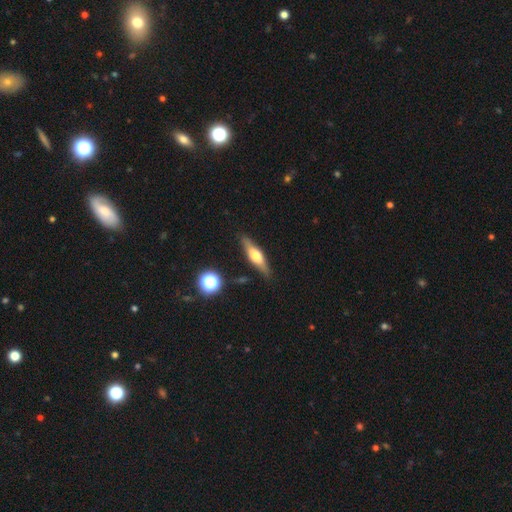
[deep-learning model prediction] This is possibly a featured or disk galaxy (54%). It is clearly viewed edge-on (92%). Merging: clearly none (85%).